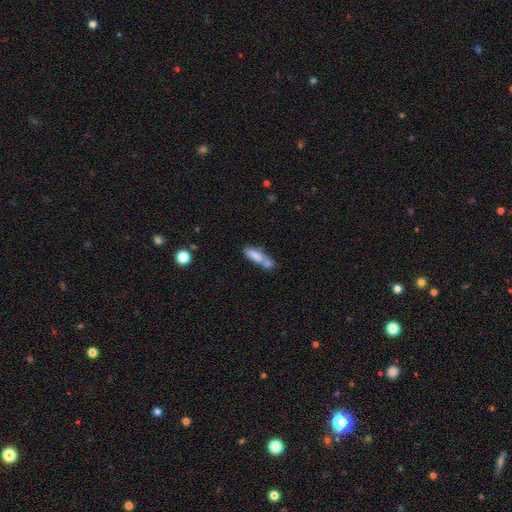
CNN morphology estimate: Smooth or featured?
  - smooth: 77% *
  - featured or disk: 15%
  - star or artifact: 8%
How rounded?
  - in between: 52% *
  - cigar-shaped: 46%
  - round: 3%
Merging?
  - merger: 47% *
  - none: 33%
  - minor disturbance: 14%
  - major disturbance: 6%